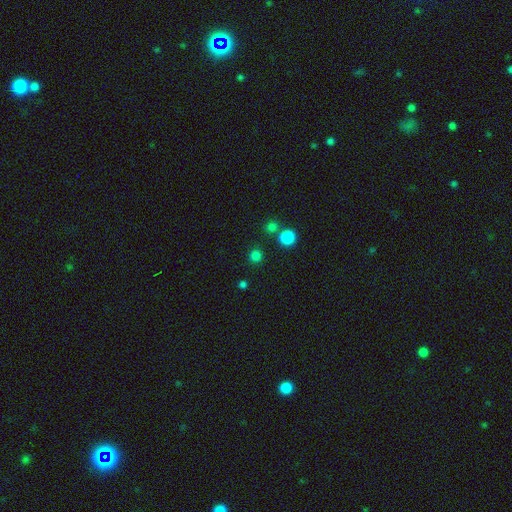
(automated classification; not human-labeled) Smooth or featured: smooth — 78% (star or artifact — 18%)
How rounded: round — 93% (in between — 7%)
Merging: none — 83% (merger — 7%)